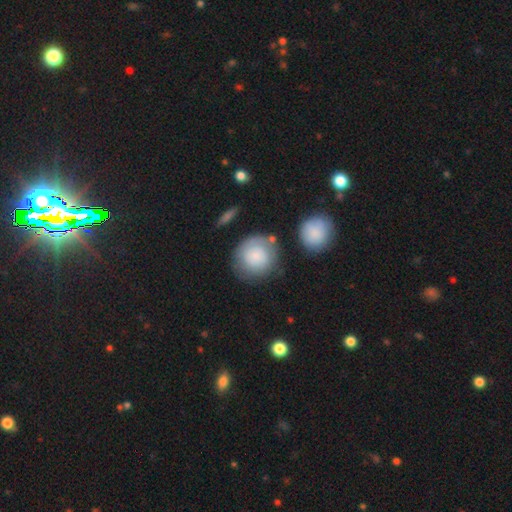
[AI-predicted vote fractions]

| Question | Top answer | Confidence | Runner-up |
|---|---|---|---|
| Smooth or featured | smooth | 77% | featured or disk (17%) |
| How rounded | round | 87% | in between (11%) |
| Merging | none | 67% | minor disturbance (17%) |